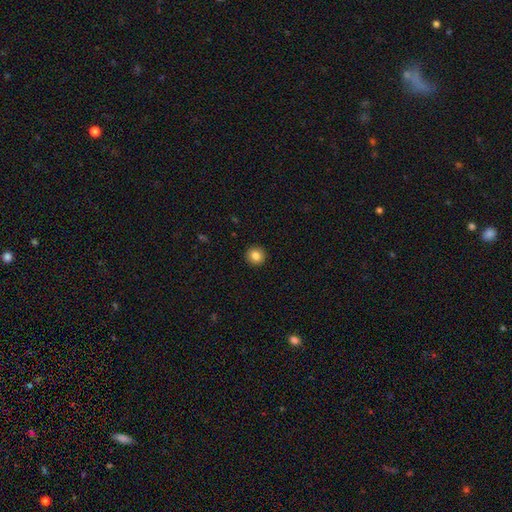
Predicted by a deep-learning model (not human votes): smooth-or-featured: smooth: 84% | star or artifact: 10% | featured or disk: 6%
  how-rounded: round: 94% | in between: 5% | cigar-shaped: 1%
  merging: none: 93% | minor disturbance: 5% | major disturbance: 2% | merger: 1%